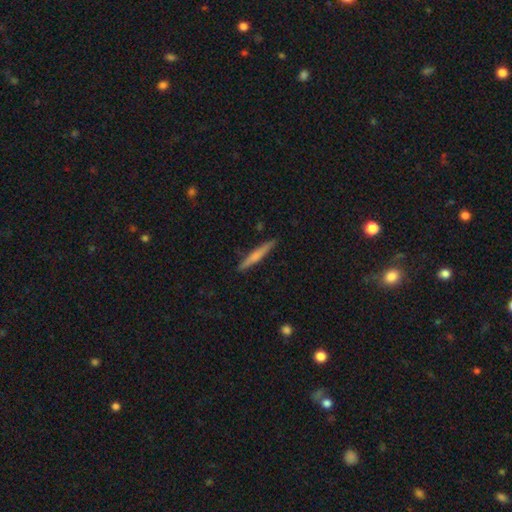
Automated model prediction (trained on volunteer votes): Smooth or featured?
  - smooth: 57% *
  - featured or disk: 38%
  - star or artifact: 6%
How rounded?
  - cigar-shaped: 95% *
  - in between: 3%
  - round: 2%
Merging?
  - none: 90% *
  - minor disturbance: 7%
  - major disturbance: 1%
  - merger: 1%